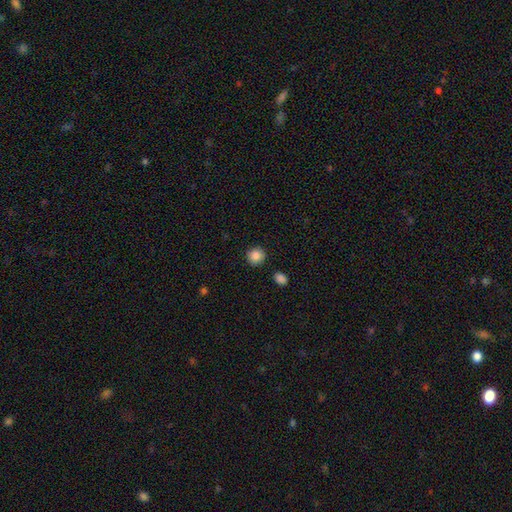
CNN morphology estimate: smooth-or-featured: smooth: 87% | star or artifact: 9% | featured or disk: 4%
  how-rounded: round: 91% | in between: 8% | cigar-shaped: 1%
  merging: none: 90% | minor disturbance: 6% | merger: 2% | major disturbance: 2%